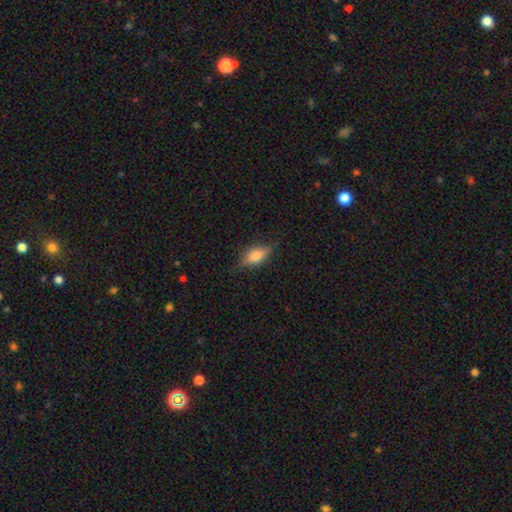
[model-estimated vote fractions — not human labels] A smooth galaxy with no disk features (57%) that is in between round and cigar-shaped (76%).

Vote fractions:
- Smooth or featured? smooth: 57% / featured or disk: 34% / star or artifact: 9%
- How rounded? in between: 76% / cigar-shaped: 18% / round: 6%
- Merging? none: 76% / minor disturbance: 18% / major disturbance: 4% / merger: 1%